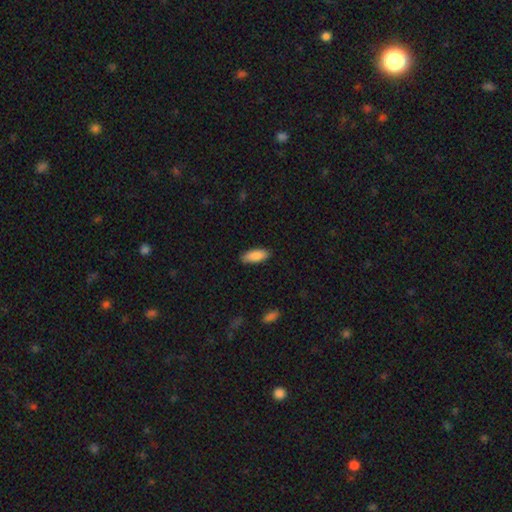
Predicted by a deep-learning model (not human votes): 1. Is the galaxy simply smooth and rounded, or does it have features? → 87% smooth, 7% featured or disk, 6% star or artifact.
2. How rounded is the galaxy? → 80% in between, 19% cigar-shaped, 2% round.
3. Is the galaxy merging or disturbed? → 86% none, 11% minor disturbance, 2% major disturbance, 1% merger.